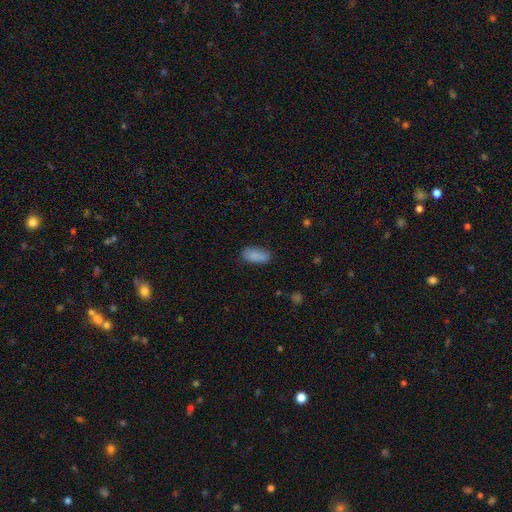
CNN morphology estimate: smooth-or-featured: smooth: 85% | star or artifact: 8% | featured or disk: 7%
  how-rounded: in between: 88% | cigar-shaped: 9% | round: 3%
  merging: none: 71% | minor disturbance: 22% | major disturbance: 5% | merger: 3%